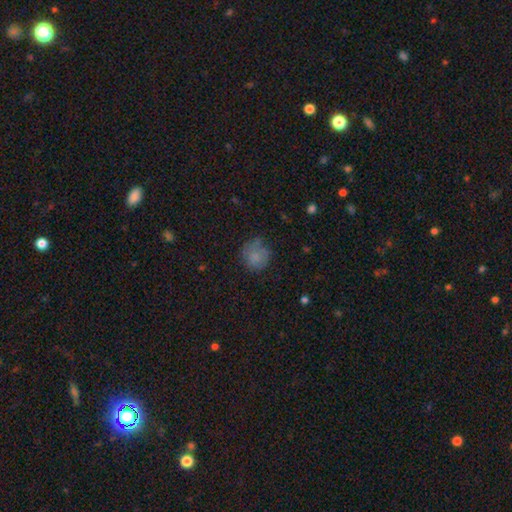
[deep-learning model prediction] smooth 75%, featured or disk 14%, star or artifact 11%. Down the decision tree: how rounded — round (85%); merging — none (59%).